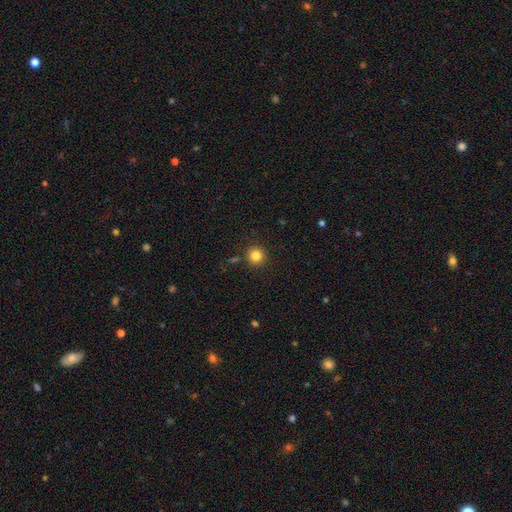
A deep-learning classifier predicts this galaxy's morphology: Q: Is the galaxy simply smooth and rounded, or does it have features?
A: smooth — 83%.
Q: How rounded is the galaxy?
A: round — 94%.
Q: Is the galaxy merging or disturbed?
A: none — 90%.